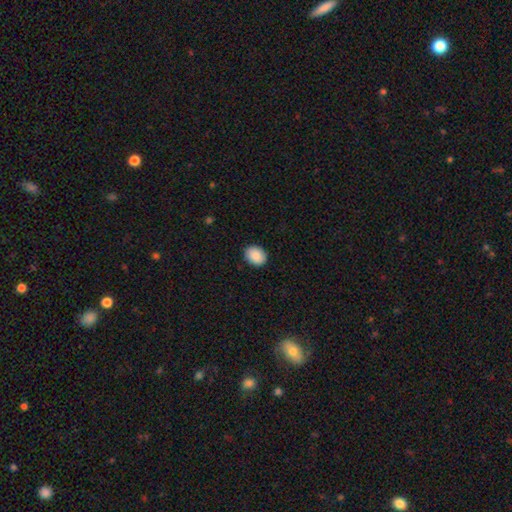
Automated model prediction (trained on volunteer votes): smooth-or-featured: smooth: 89% | star or artifact: 7% | featured or disk: 4%
  how-rounded: round: 53% | in between: 46% | cigar-shaped: 1%
  merging: none: 90% | minor disturbance: 8% | major disturbance: 2% | merger: 1%